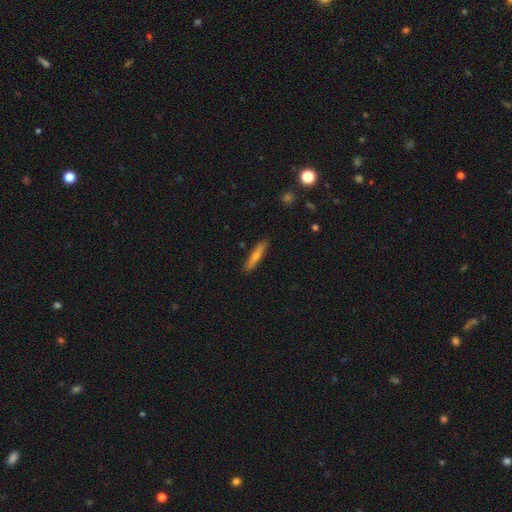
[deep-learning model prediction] Smooth or featured?
  - smooth: 50% *
  - featured or disk: 43%
  - star or artifact: 7%
How rounded?
  - cigar-shaped: 88% *
  - in between: 10%
  - round: 2%
Merging?
  - none: 89% *
  - minor disturbance: 8%
  - major disturbance: 2%
  - merger: 1%